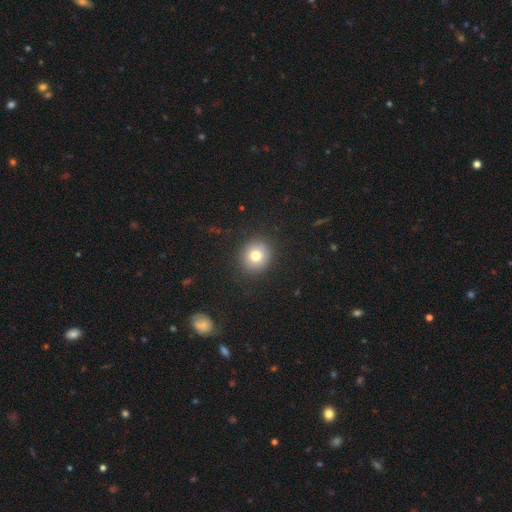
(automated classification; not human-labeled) Smooth or featured? smooth (76%)
How rounded? round (89%)
Merging? none (89%)